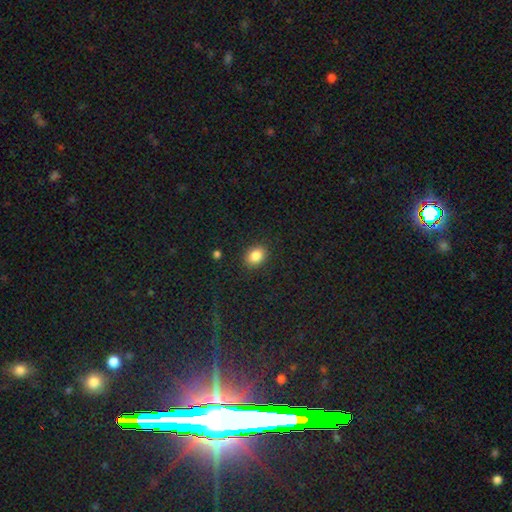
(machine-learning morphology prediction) A smooth galaxy with no disk features (86%) that is in between round and cigar-shaped (64%).

Vote fractions:
- Smooth or featured? smooth: 86% / star or artifact: 9% / featured or disk: 5%
- How rounded? in between: 64% / round: 35% / cigar-shaped: 1%
- Merging? none: 88% / minor disturbance: 8% / major disturbance: 3% / merger: 1%